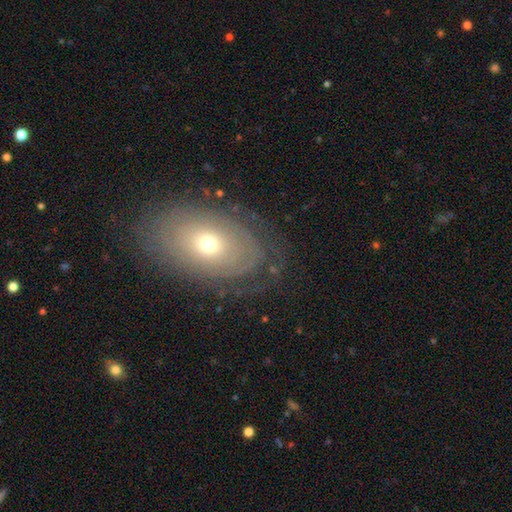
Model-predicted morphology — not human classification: Q: Smooth or featured?
A: featured or disk (57%); runner-up: smooth (33%)
Q: Edge-on disk?
A: no (92%); runner-up: yes (8%)
Q: Bar?
A: no (89%); runner-up: weak (8%)
Q: Spiral arms?
A: yes (51%); runner-up: no (49%)
Q: Bulge size?
A: moderate (49%); runner-up: small (46%)
Q: Merging?
A: none (78%); runner-up: minor disturbance (14%)